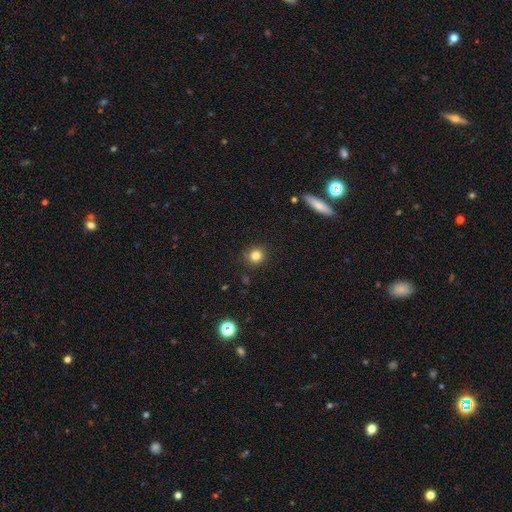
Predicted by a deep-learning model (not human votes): The model was most divided on "smooth or featured": smooth: 81%, star or artifact: 13%, featured or disk: 6%. More confident: how rounded — round (93%); merging — none (90%).